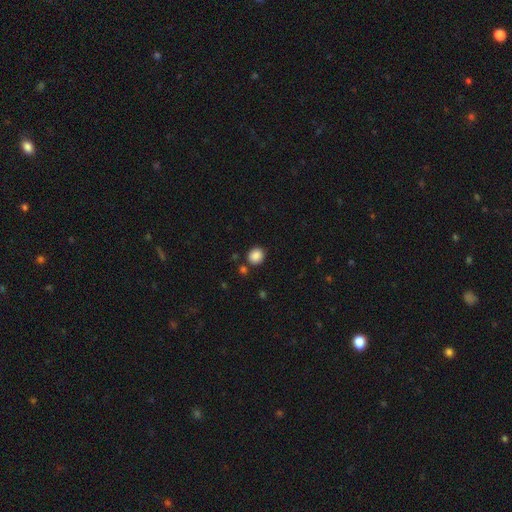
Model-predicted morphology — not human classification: Overall: smooth (87%). How rounded: round (79%). Merging: none (83%).